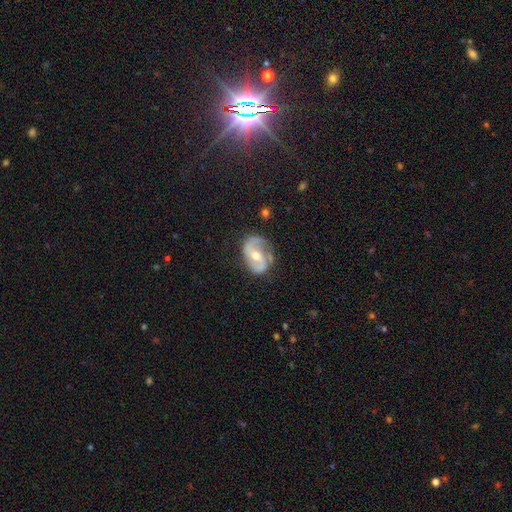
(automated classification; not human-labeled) Smooth or featured: featured or disk — 84% (smooth — 11%)
Edge-on disk: no — 97% (yes — 3%)
Bar: weak — 41% (no — 37%)
Spiral arms: yes — 93% (no — 7%)
Spiral winding: medium — 48% (loose — 33%)
Spiral arm count: 2 — 87% (1 — 5%)
Bulge size: moderate — 67% (small — 27%)
Merging: none — 68% (minor disturbance — 21%)